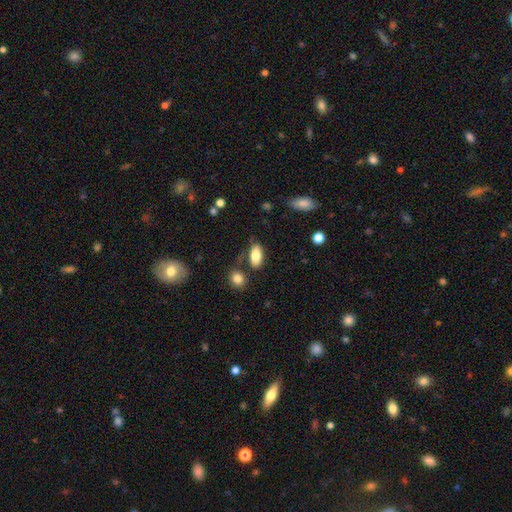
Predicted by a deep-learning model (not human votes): A smooth galaxy with no disk features (84%) that is in between round and cigar-shaped (91%). Merging: none (67%).